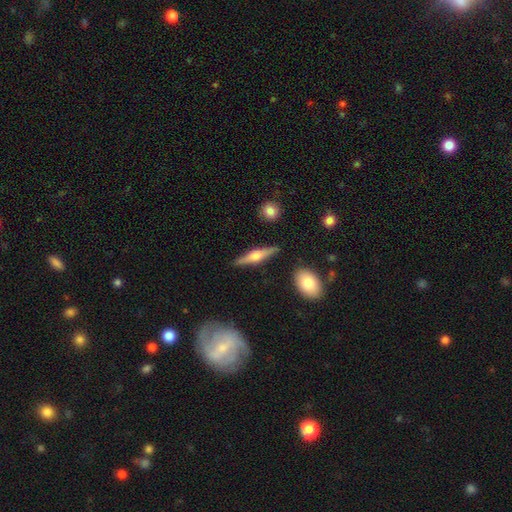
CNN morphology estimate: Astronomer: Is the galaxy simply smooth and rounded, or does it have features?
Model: featured or disk — 65%.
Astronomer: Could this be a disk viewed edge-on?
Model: yes — 96%.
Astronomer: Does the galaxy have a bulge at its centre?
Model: rounded — 90%.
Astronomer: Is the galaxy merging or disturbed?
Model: none — 87%.